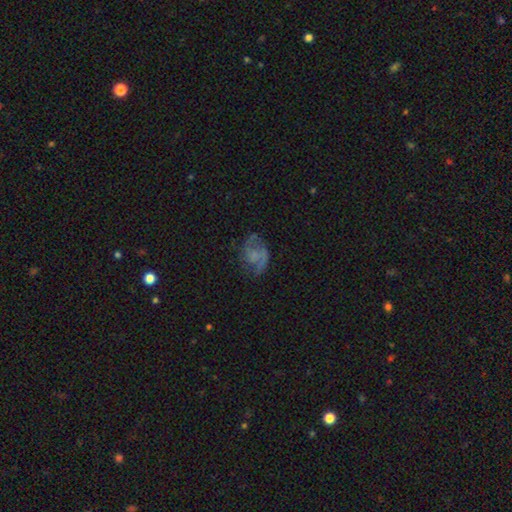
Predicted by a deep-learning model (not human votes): smooth_or_featured: featured or disk (p=0.65) [alt: smooth p=0.25]
disk_edge_on: no (p=0.98) [alt: yes p=0.02]
bar: no (p=0.66) [alt: weak p=0.29]
has_spiral_arms: yes (p=0.80) [alt: no p=0.20]
spiral_winding: medium (p=0.46) [alt: loose p=0.34]
spiral_arm_count: 2 (p=0.72) [alt: can't tell p=0.13]
bulge_size: none (p=0.50) [alt: small p=0.27]
merging: none (p=0.58) [alt: minor disturbance p=0.22]